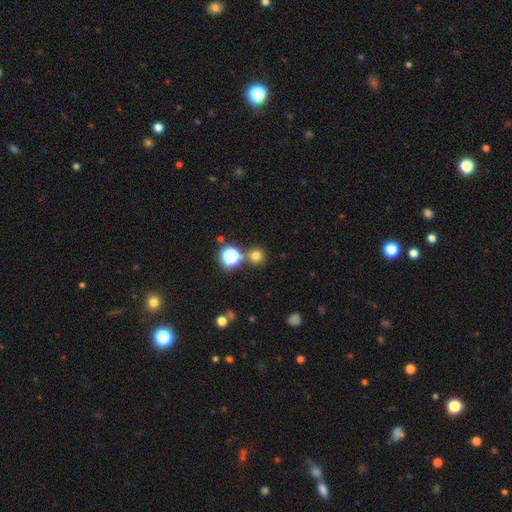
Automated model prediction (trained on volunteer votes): Smooth or featured? Predicted: smooth (p=0.71). How rounded? Predicted: round (p=0.92). Merging? Predicted: none (p=0.78).